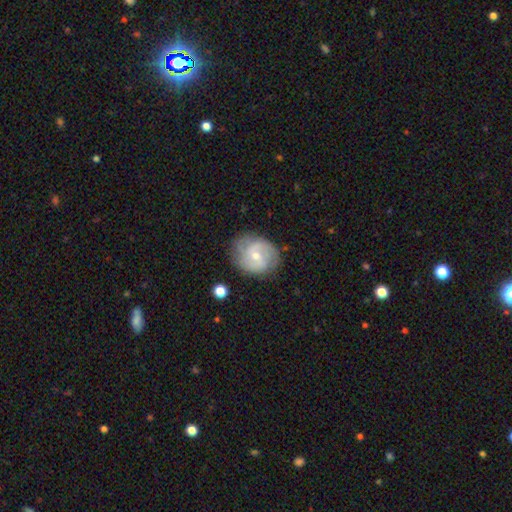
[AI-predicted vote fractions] This appears to be a featured or disk galaxy (69%) with a weak bar (49%), 2 (59%) medium (44%) spiral arms (88%) and a small central bulge (52%). Merging: none (74%).